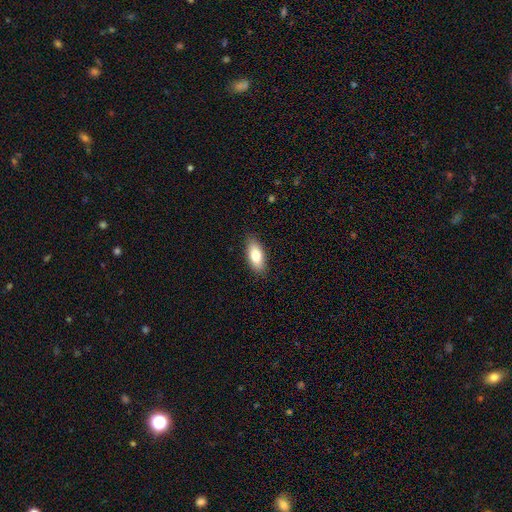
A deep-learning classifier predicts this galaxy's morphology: This appears to be a smooth galaxy with no disk features (80%) that is in between round and cigar-shaped (83%). Merging: none (87%).